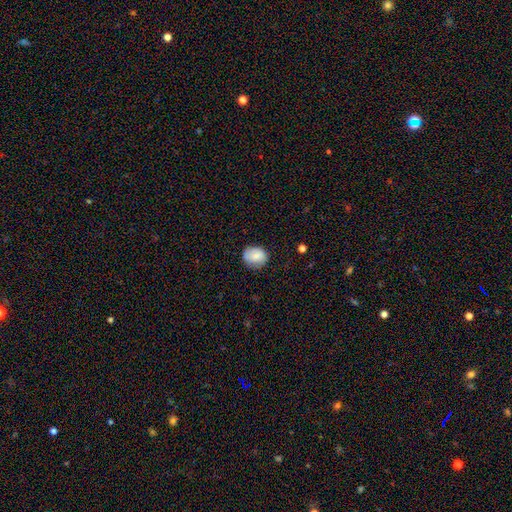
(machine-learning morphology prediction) A smooth galaxy with no disk features (78%) that is round (57%).

Vote fractions:
- Smooth or featured? smooth: 78% / featured or disk: 14% / star or artifact: 7%
- How rounded? round: 57% / in between: 42% / cigar-shaped: 1%
- Merging? none: 74% / minor disturbance: 20% / major disturbance: 5% / merger: 1%